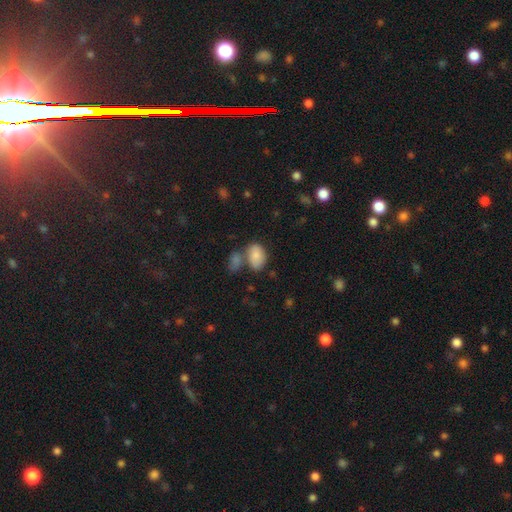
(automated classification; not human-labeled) A smooth galaxy with no disk features (84%) that is in between round and cigar-shaped (89%).

Vote fractions:
- Smooth or featured? smooth: 84% / featured or disk: 8% / star or artifact: 8%
- How rounded? in between: 89% / round: 10% / cigar-shaped: 1%
- Merging? none: 43% / merger: 35% / minor disturbance: 15% / major disturbance: 6%